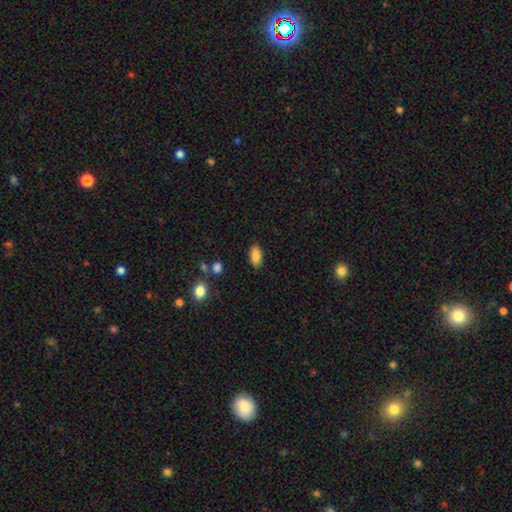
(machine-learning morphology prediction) Smooth or featured? smooth (85%)
How rounded? in between (90%)
Merging? none (85%)